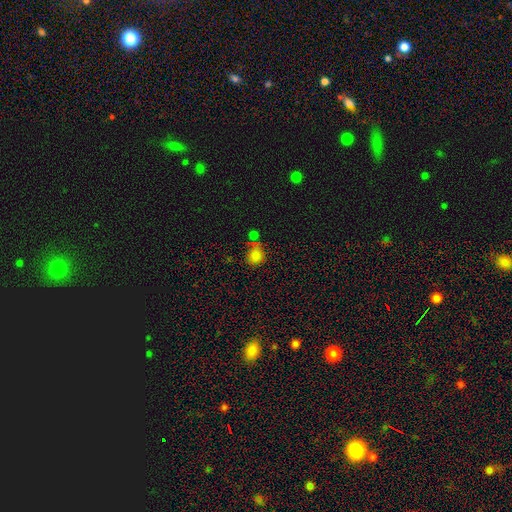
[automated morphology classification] This is clearly a smooth galaxy (82%). How rounded: likely round (72%). Merging: possibly none (54%).